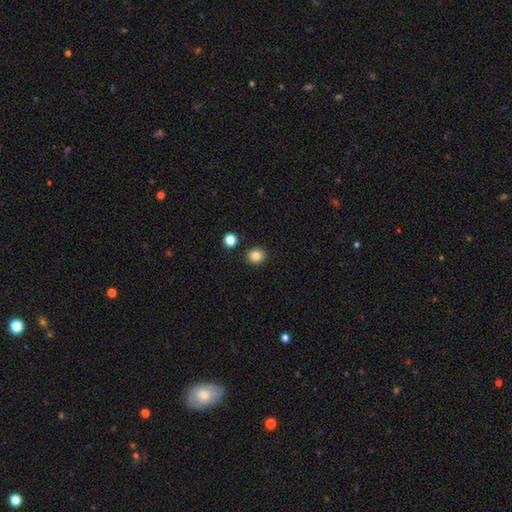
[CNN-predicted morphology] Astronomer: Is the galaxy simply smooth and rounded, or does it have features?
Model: smooth — 84%.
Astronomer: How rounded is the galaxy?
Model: round — 81%.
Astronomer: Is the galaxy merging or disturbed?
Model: none — 90%.